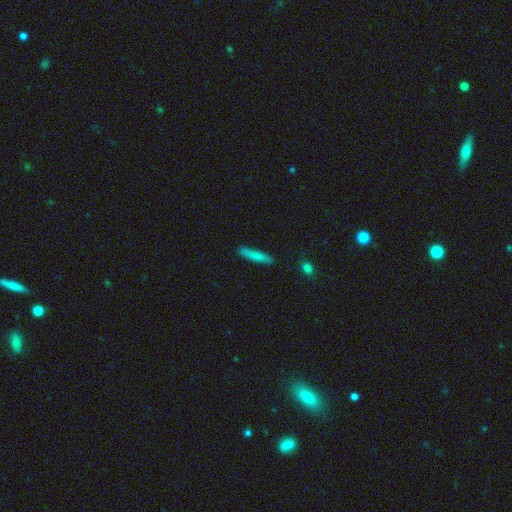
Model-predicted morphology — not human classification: A smooth galaxy with no disk features (81%) that is cigar-shaped (89%). Merging: none (85%).